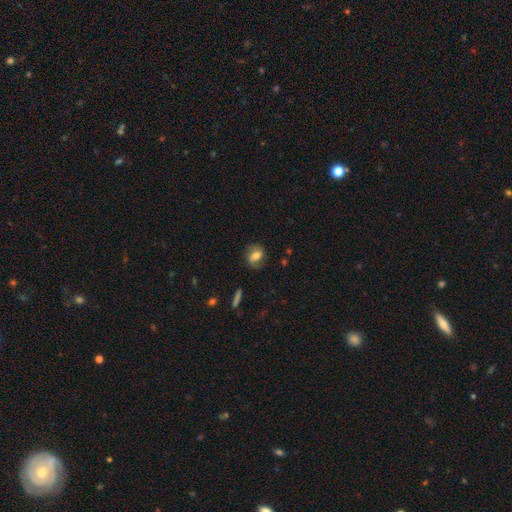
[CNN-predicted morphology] Smooth or featured? Predicted: smooth (p=0.51). How rounded? Predicted: in between (p=0.52). Merging? Predicted: none (p=0.76).